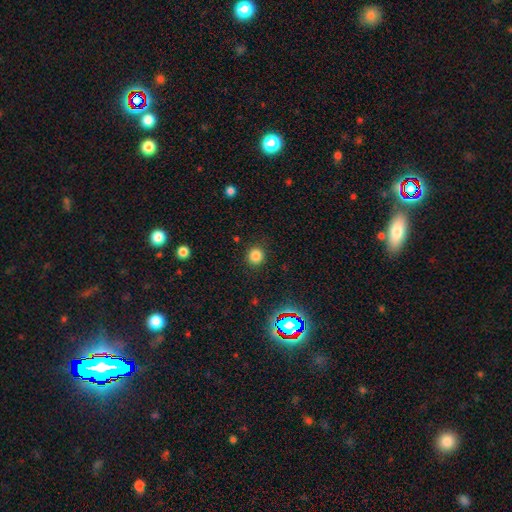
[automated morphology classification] A smooth galaxy with no disk features (81%) that is round (91%).

Vote fractions:
- Smooth or featured? smooth: 81% / star or artifact: 15% / featured or disk: 4%
- How rounded? round: 91% / in between: 8% / cigar-shaped: 1%
- Merging? none: 90% / minor disturbance: 7% / major disturbance: 3% / merger: 1%